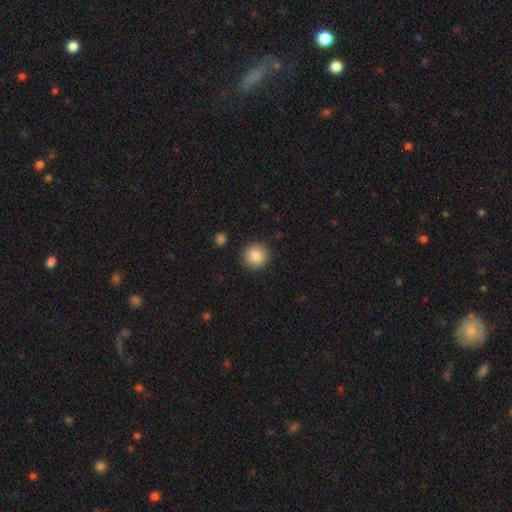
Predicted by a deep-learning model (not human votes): A smooth galaxy with no disk features (86%) that is round (94%).

Vote fractions:
- Smooth or featured? smooth: 86% / star or artifact: 9% / featured or disk: 5%
- How rounded? round: 94% / in between: 5% / cigar-shaped: 1%
- Merging? none: 91% / minor disturbance: 6% / major disturbance: 2% / merger: 1%